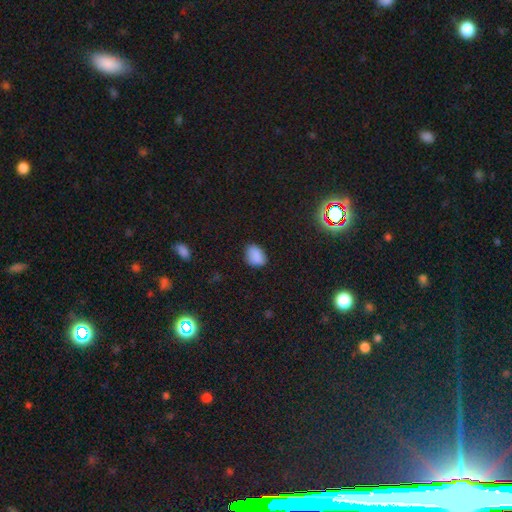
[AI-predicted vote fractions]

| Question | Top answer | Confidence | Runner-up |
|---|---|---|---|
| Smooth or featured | smooth | 84% | star or artifact (11%) |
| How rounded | in between | 75% | round (24%) |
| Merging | none | 75% | minor disturbance (20%) |